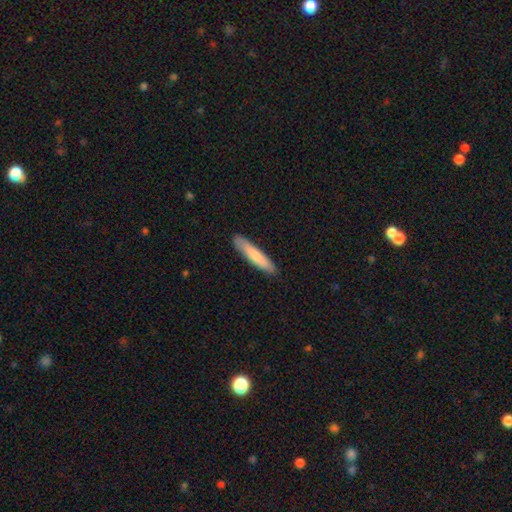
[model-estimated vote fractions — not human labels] smooth 77%, featured or disk 18%, star or artifact 5%. Down the decision tree: how rounded — cigar-shaped (89%); merging — none (88%).